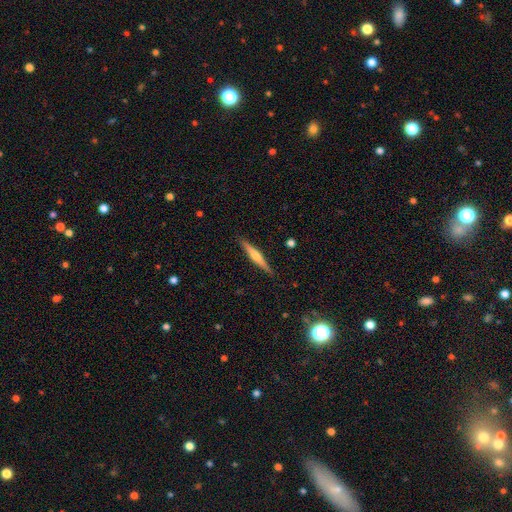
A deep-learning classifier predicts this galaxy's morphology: This is likely a featured or disk galaxy (63%). It is clearly viewed edge-on (98%). Edge-on bulge: clearly rounded (83%). Merging: clearly none (90%).